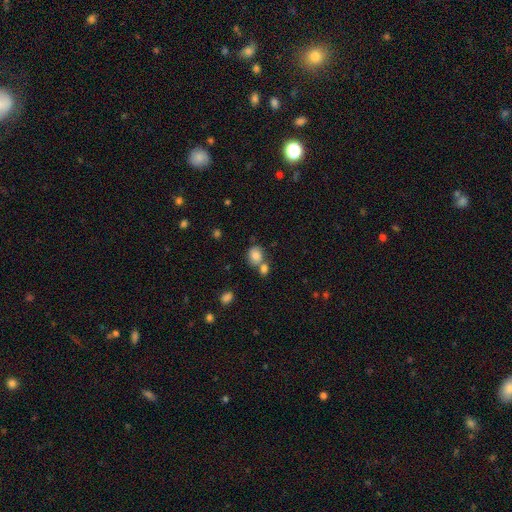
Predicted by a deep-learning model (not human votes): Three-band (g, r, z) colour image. It shows a smooth galaxy with no disk features (82%) that is round (57%). Merging: none (43%).